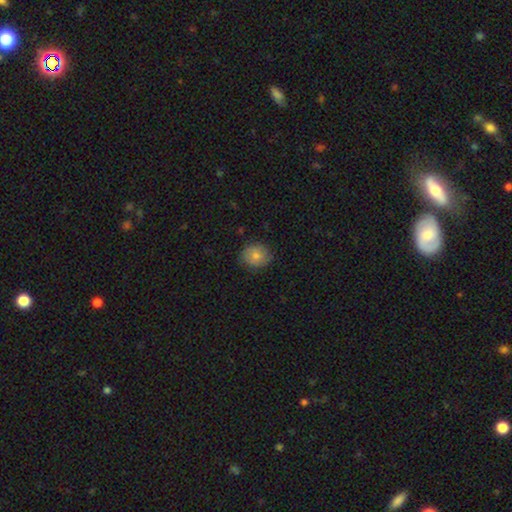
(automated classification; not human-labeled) Smooth or featured? smooth (76%)
How rounded? round (67%)
Merging? none (83%)